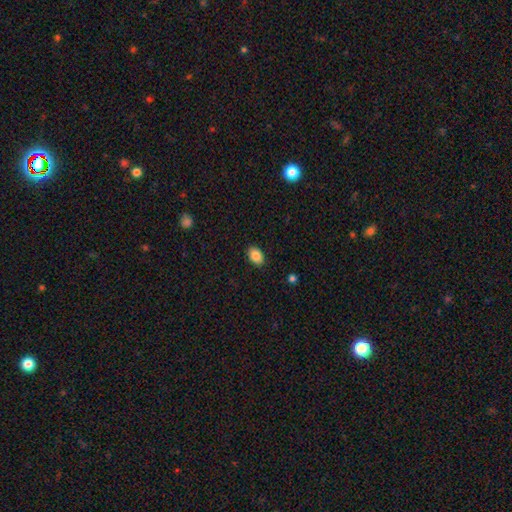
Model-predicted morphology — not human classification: smooth_or_featured: smooth (p=0.87) [alt: star or artifact p=0.08]
how_rounded: in between (p=0.85) [alt: round p=0.14]
merging: none (p=0.89) [alt: minor disturbance p=0.08]